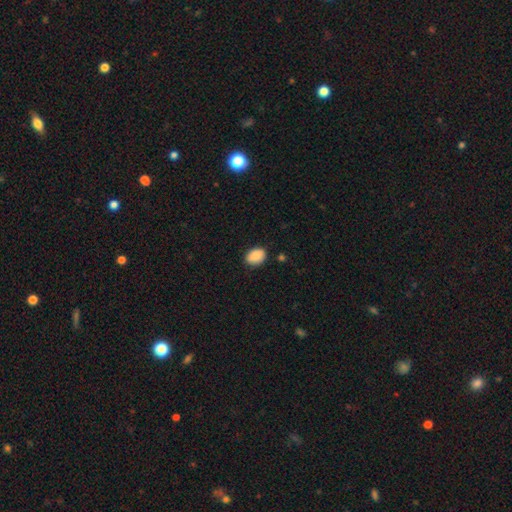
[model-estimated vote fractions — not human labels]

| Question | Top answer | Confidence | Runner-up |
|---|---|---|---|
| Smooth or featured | smooth | 89% | star or artifact (7%) |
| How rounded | in between | 76% | round (23%) |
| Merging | none | 84% | minor disturbance (13%) |